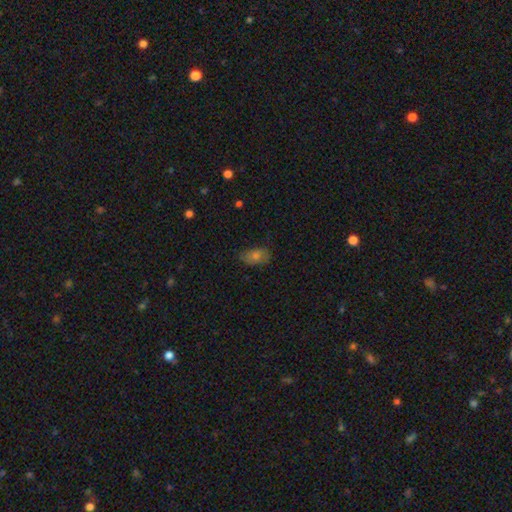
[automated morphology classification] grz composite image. It shows a smooth galaxy with no disk features (65%) that is in between round and cigar-shaped (86%). Merging: none (74%).